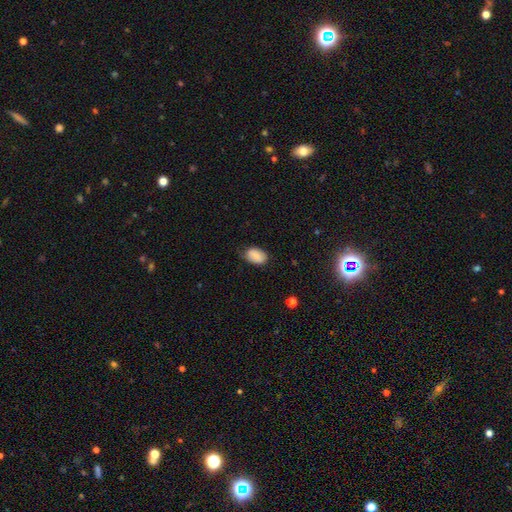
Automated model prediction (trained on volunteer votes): This is clearly a smooth galaxy (86%). How rounded: clearly in between (89%). Merging: likely none (71%).